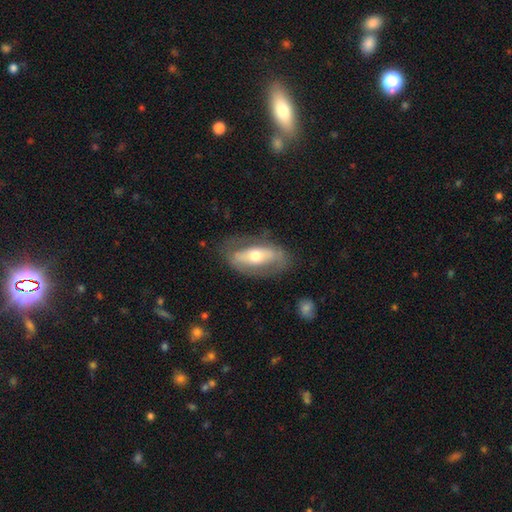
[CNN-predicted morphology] smooth_or_featured: featured or disk (p=0.58) [alt: smooth p=0.36]
disk_edge_on: no (p=0.80) [alt: yes p=0.20]
merging: none (p=0.71) [alt: minor disturbance p=0.17]